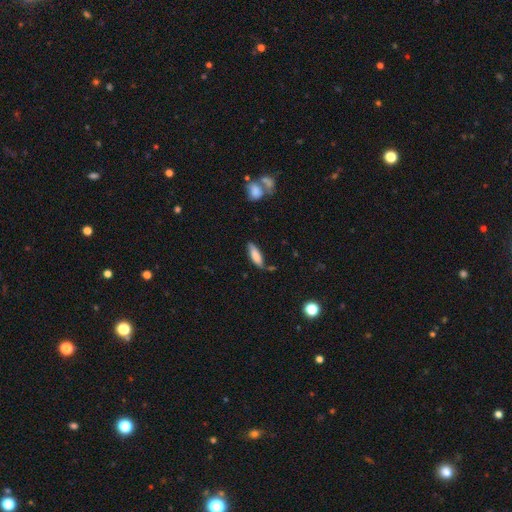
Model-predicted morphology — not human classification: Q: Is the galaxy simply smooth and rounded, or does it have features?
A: smooth — 79%.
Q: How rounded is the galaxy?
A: in between — 52%.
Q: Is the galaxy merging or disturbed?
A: none — 67%.